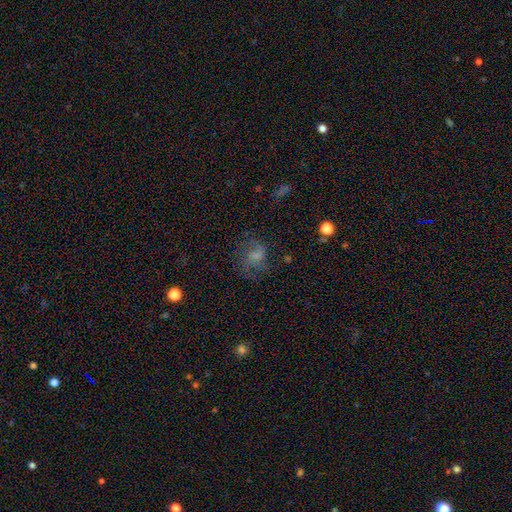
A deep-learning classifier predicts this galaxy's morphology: Smooth or featured? Predicted: featured or disk (p=0.44). Merging? Predicted: none (p=0.55).